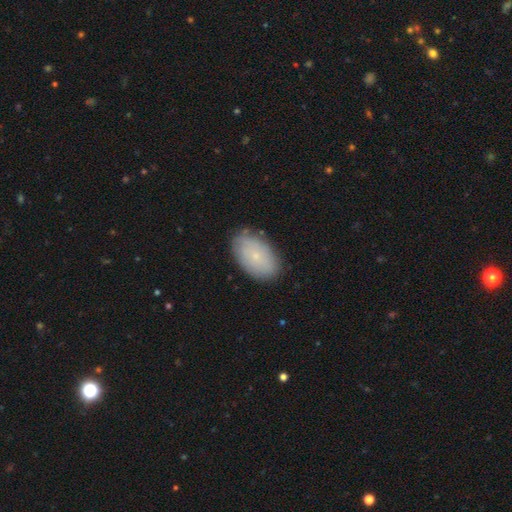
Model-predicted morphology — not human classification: Q: Smooth or featured?
A: smooth (69%); runner-up: featured or disk (23%)
Q: How rounded?
A: in between (93%); runner-up: round (5%)
Q: Merging?
A: none (82%); runner-up: minor disturbance (14%)